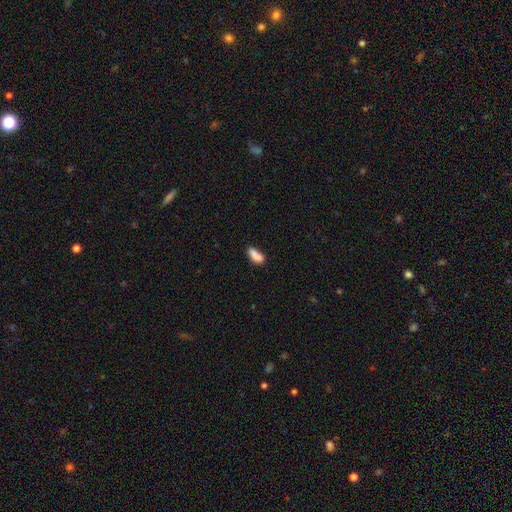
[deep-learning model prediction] smooth-or-featured: smooth: 83% | star or artifact: 9% | featured or disk: 8%
  how-rounded: in between: 71% | cigar-shaped: 26% | round: 3%
  merging: none: 55% | minor disturbance: 23% | merger: 15% | major disturbance: 7%